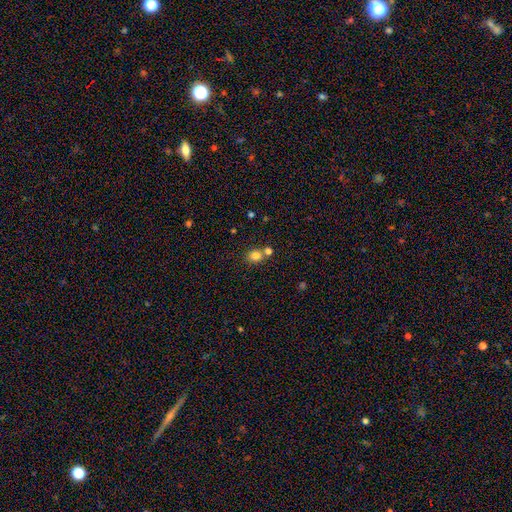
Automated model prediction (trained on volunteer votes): Morphology: type=smooth (80%); roundness=round (72%); merging=none (63%).